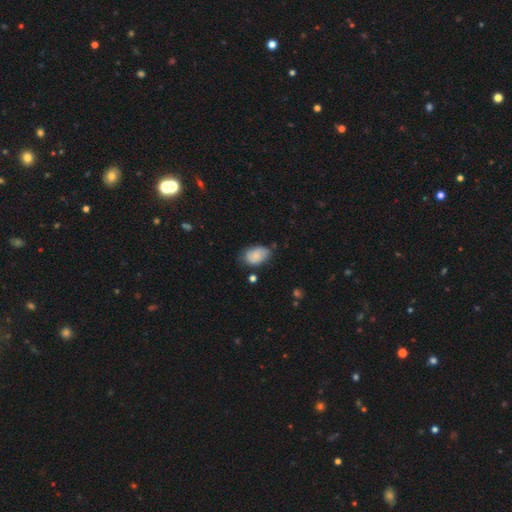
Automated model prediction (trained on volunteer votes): This appears to be a smooth galaxy with no disk features (73%) that is in between round and cigar-shaped (87%). Merging: none (60%).